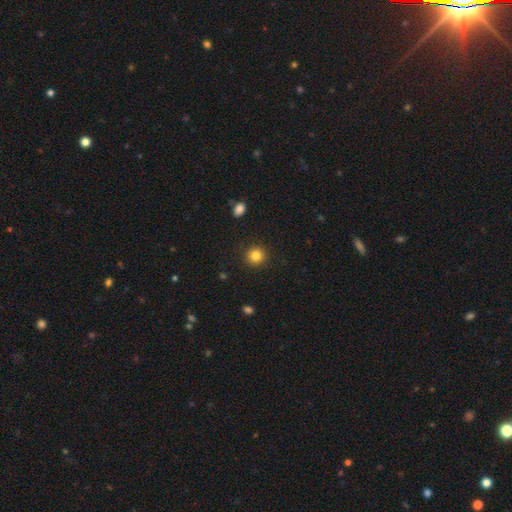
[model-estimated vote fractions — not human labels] This appears to be a smooth galaxy with no disk features (84%) that is round (93%). Merging: none (91%).